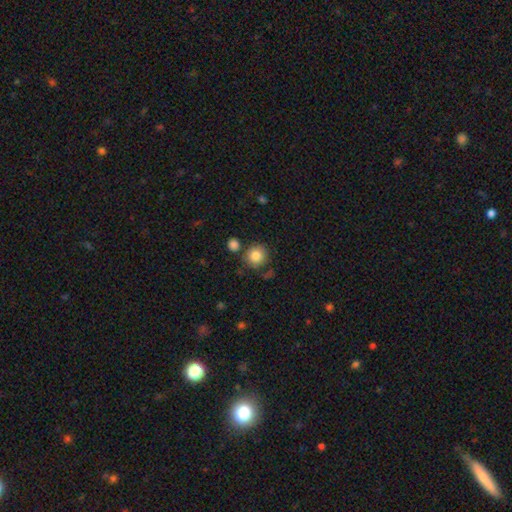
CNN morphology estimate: Q: Smooth or featured?
A: smooth (83%); runner-up: star or artifact (9%)
Q: How rounded?
A: round (90%); runner-up: in between (9%)
Q: Merging?
A: none (76%); runner-up: minor disturbance (11%)